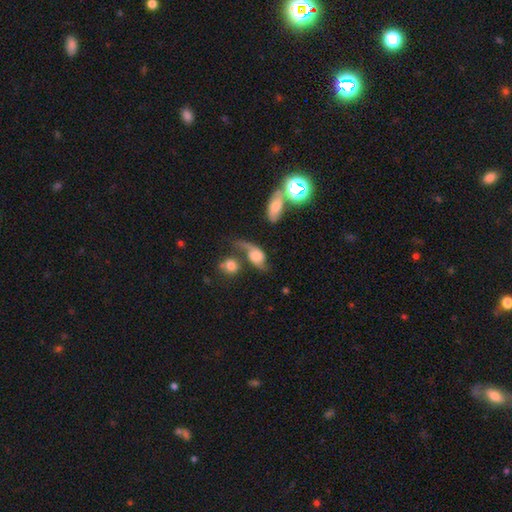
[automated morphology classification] A featured or disk galaxy (61%) with no bar (66%), 2 (76%) loose (79%) spiral arms (88%) and a large central bulge (28%). Merging: none (31%).